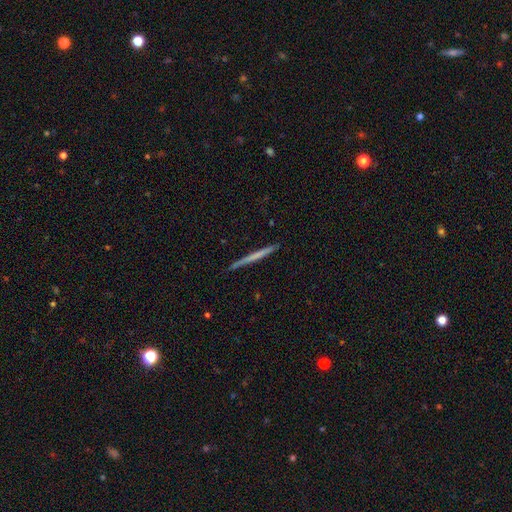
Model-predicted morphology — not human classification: This is possibly a smooth galaxy (50%). Merging: clearly none (90%).